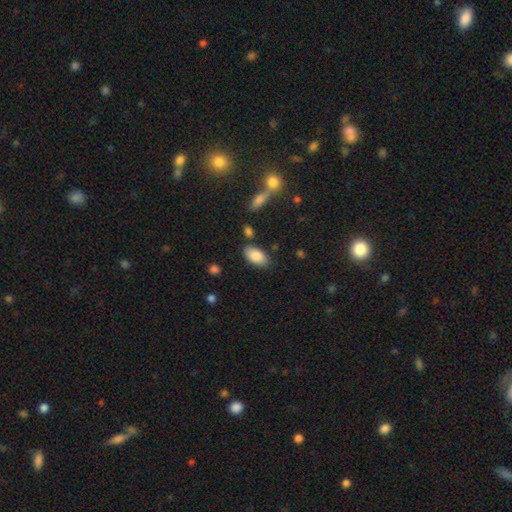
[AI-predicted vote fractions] A smooth galaxy with no disk features (86%) that is in between round and cigar-shaped (94%).

Vote fractions:
- Smooth or featured? smooth: 86% / featured or disk: 7% / star or artifact: 7%
- How rounded? in between: 94% / cigar-shaped: 3% / round: 3%
- Merging? none: 81% / minor disturbance: 12% / merger: 4% / major disturbance: 3%